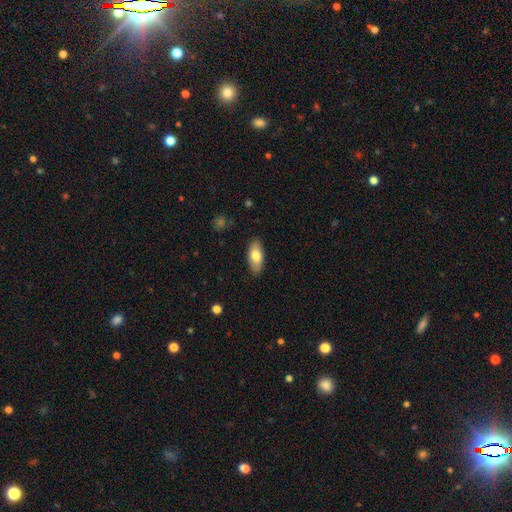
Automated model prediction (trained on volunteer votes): smooth_or_featured: smooth (p=0.76) [alt: featured or disk p=0.18]
how_rounded: in between (p=0.85) [alt: cigar-shaped p=0.13]
merging: none (p=0.88) [alt: minor disturbance p=0.09]